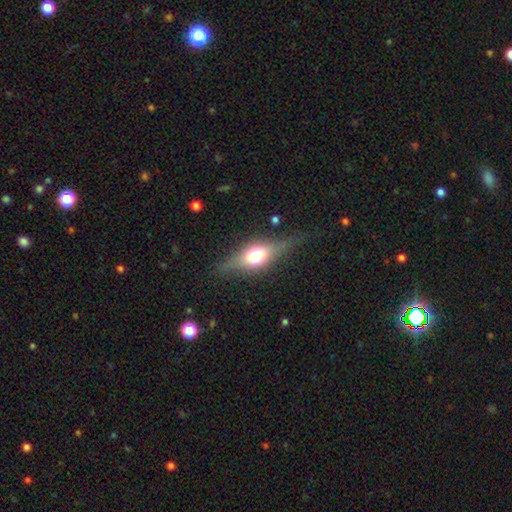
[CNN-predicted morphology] Smooth or featured? Predicted: featured or disk (p=0.54). Edge-on disk? Predicted: yes (p=0.90). Merging? Predicted: none (p=0.76).